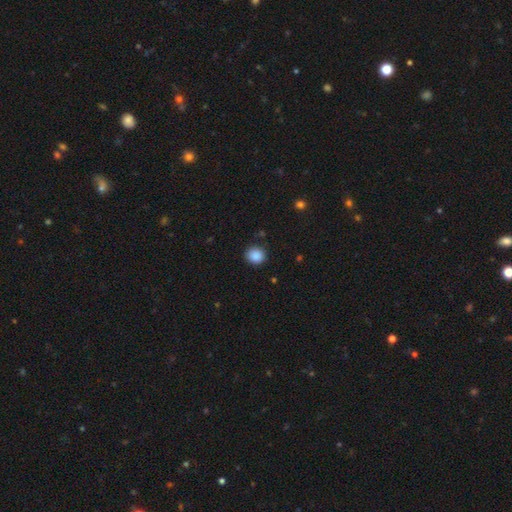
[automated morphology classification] Smooth or featured: smooth — 88% (star or artifact — 9%)
How rounded: round — 83% (in between — 16%)
Merging: none — 88% (minor disturbance — 8%)